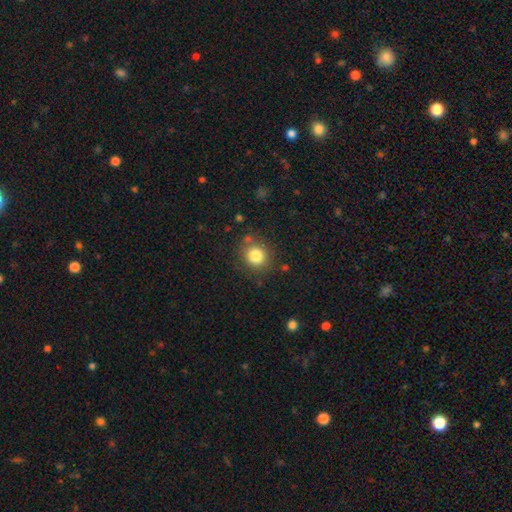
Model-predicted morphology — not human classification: The model was most divided on "smooth or featured": smooth: 82%, star or artifact: 11%, featured or disk: 7%. More confident: how rounded — round (86%); merging — none (83%).